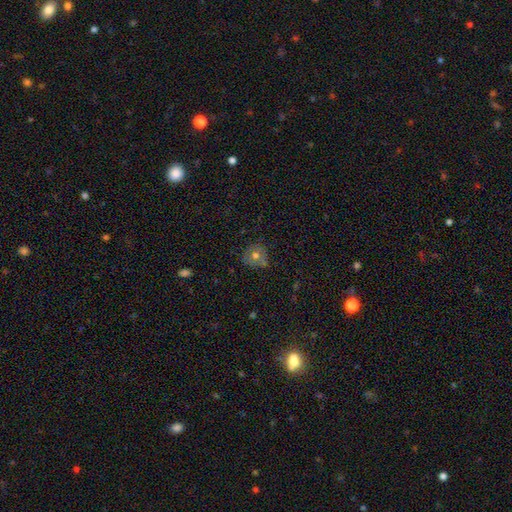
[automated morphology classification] smooth-or-featured: smooth: 64% | featured or disk: 23% | star or artifact: 13%
  how-rounded: round: 85% | in between: 14% | cigar-shaped: 1%
  merging: none: 67% | minor disturbance: 22% | major disturbance: 6% | merger: 5%